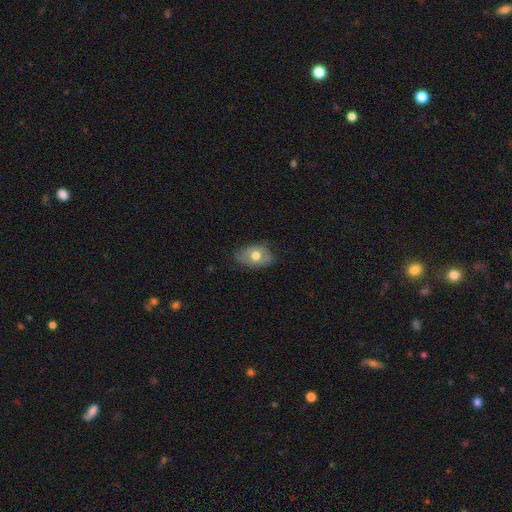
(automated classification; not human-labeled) Overall: smooth (57%; featured or disk 36%). How rounded: in between (80%). Merging: none (63%; minor disturbance 28%).